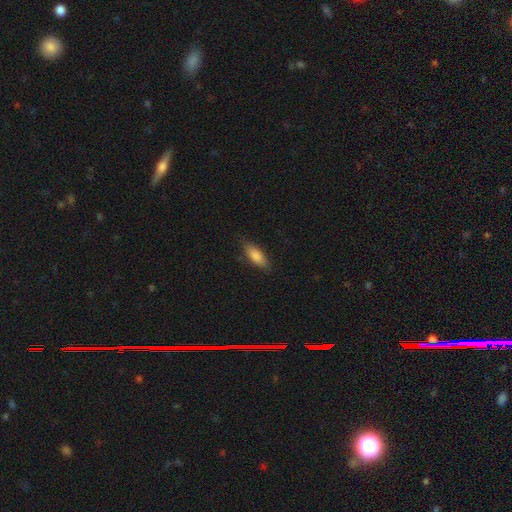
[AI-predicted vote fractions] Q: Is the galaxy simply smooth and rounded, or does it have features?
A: smooth — 84%.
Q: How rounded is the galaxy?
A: in between — 73%.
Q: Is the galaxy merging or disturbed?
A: none — 81%.